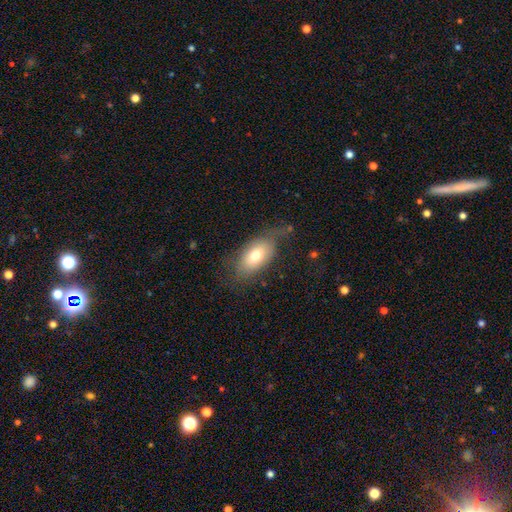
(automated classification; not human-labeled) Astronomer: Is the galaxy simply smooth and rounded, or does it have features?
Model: smooth — 71%.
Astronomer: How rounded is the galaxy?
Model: in between — 90%.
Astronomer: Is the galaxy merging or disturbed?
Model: none — 55%.